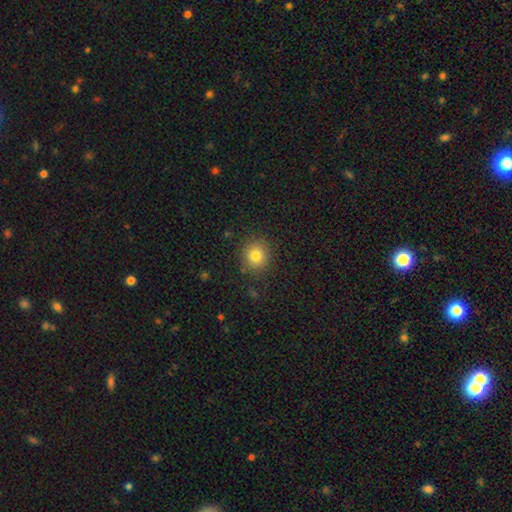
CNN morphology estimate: Smooth or featured: smooth — 80% (star or artifact — 12%)
How rounded: round — 88% (in between — 11%)
Merging: none — 88% (minor disturbance — 8%)